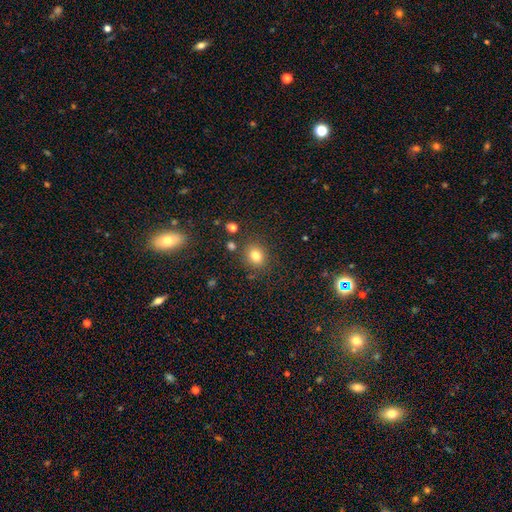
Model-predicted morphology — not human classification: smooth-or-featured: smooth: 80% | star or artifact: 13% | featured or disk: 7%
  how-rounded: round: 67% | in between: 32% | cigar-shaped: 1%
  merging: none: 82% | minor disturbance: 10% | merger: 4% | major disturbance: 4%